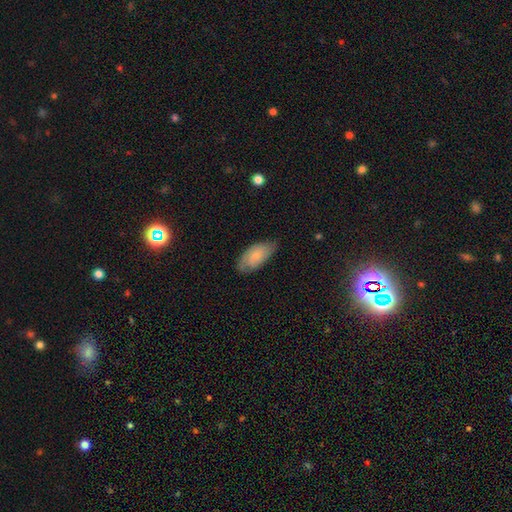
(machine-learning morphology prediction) Smooth or featured: smooth — 69% (featured or disk — 25%)
How rounded: in between — 92% (cigar-shaped — 6%)
Merging: none — 69% (minor disturbance — 25%)